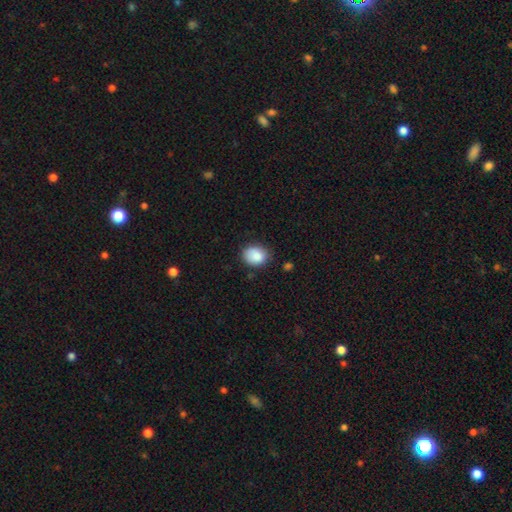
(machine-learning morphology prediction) Overall: smooth (86%). How rounded: round (51%; in between 48%). Merging: none (72%).